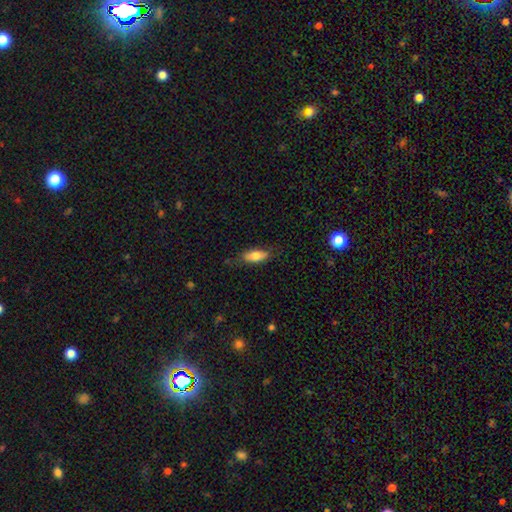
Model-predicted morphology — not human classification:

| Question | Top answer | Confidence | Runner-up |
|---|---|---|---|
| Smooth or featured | smooth | 77% | featured or disk (16%) |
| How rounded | in between | 79% | cigar-shaped (19%) |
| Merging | none | 75% | minor disturbance (19%) |